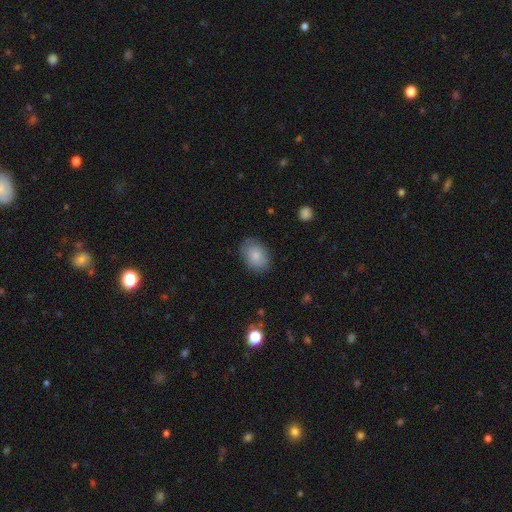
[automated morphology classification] smooth 84%, featured or disk 9%, star or artifact 8%. Down the decision tree: how rounded — in between (77%); merging — none (81%).